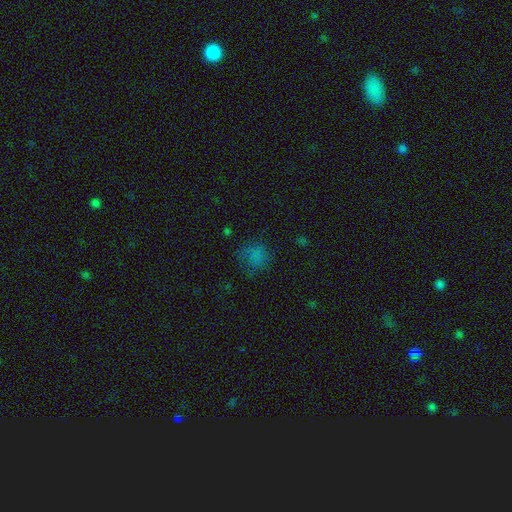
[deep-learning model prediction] A smooth galaxy with no disk features (71%) that is round (81%).

Vote fractions:
- Smooth or featured? smooth: 71% / star or artifact: 21% / featured or disk: 8%
- How rounded? round: 81% / in between: 18% / cigar-shaped: 1%
- Merging? none: 64% / minor disturbance: 22% / major disturbance: 13% / merger: 2%